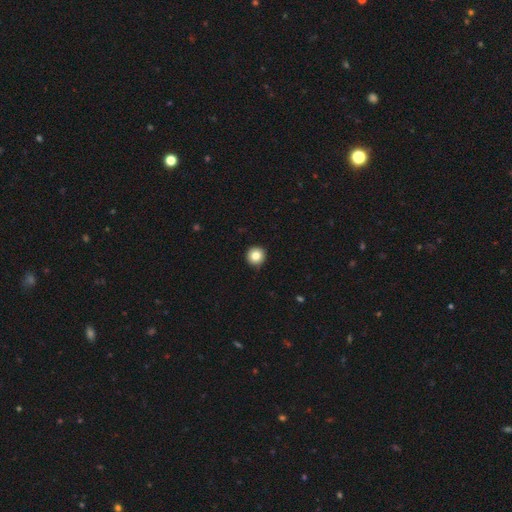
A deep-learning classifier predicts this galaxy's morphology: Overall: smooth (83%). How rounded: round (95%). Merging: none (91%).